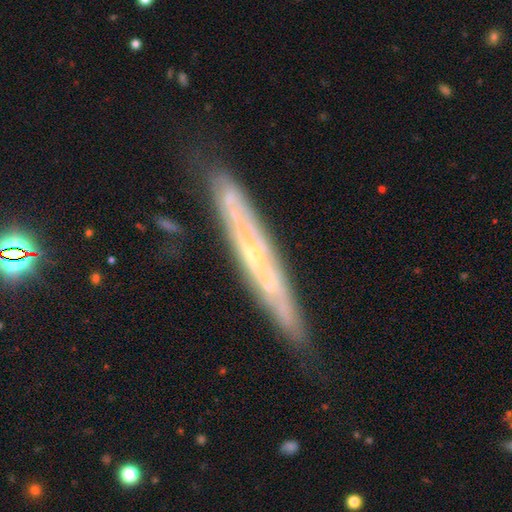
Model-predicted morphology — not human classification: Smooth or featured?
  - featured or disk: 76% *
  - smooth: 17%
  - star or artifact: 7%
Edge-on disk?
  - yes: 70% *
  - no: 30%
Edge-on bulge?
  - none: 53% *
  - rounded: 43%
  - boxy: 4%
Merging?
  - none: 79% *
  - minor disturbance: 16%
  - major disturbance: 3%
  - merger: 2%